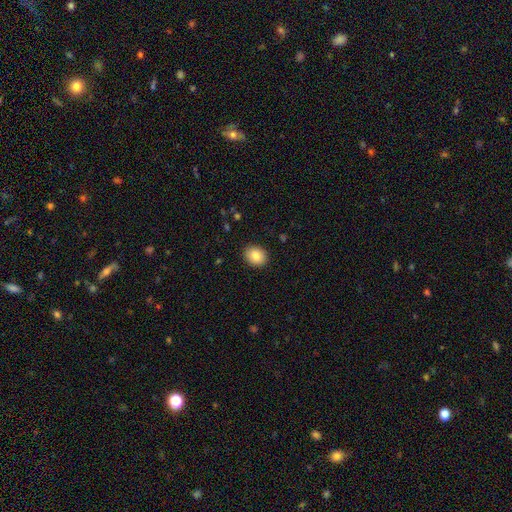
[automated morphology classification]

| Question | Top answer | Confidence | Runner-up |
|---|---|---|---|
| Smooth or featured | smooth | 85% | star or artifact (8%) |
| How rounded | in between | 54% | round (45%) |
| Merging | none | 90% | minor disturbance (8%) |